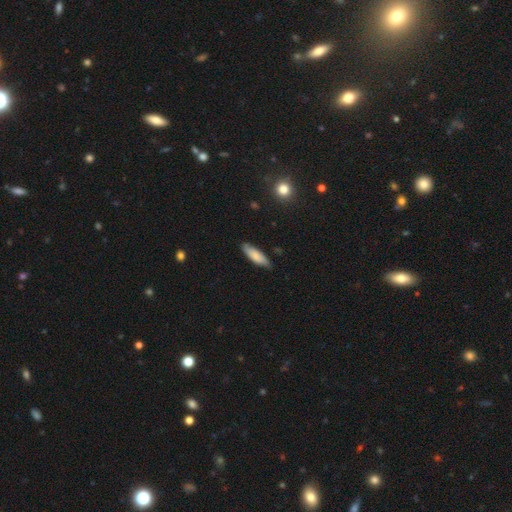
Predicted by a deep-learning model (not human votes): Smooth or featured?
  - smooth: 76% *
  - featured or disk: 18%
  - star or artifact: 6%
How rounded?
  - cigar-shaped: 51% *
  - in between: 47%
  - round: 2%
Merging?
  - none: 80% *
  - minor disturbance: 16%
  - major disturbance: 2%
  - merger: 1%